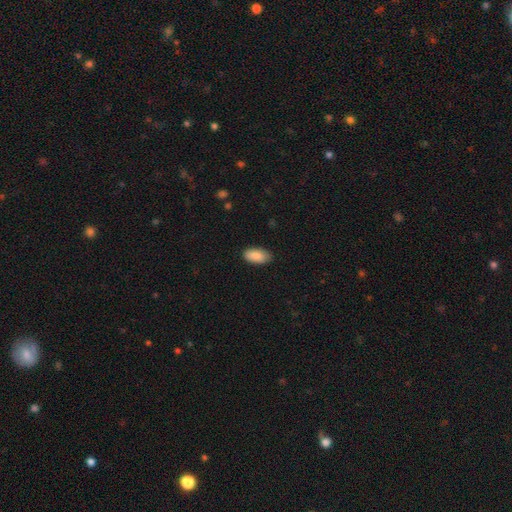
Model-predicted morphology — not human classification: The model was most divided on "merging": none: 86%, minor disturbance: 11%, major disturbance: 2%, merger: 1%. More confident: how rounded — in between (94%); smooth or featured — smooth (87%).